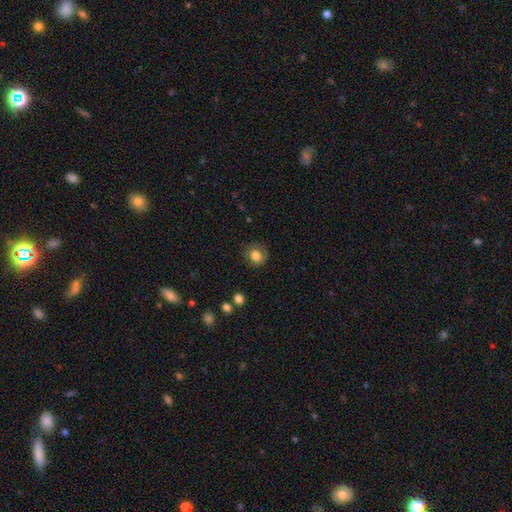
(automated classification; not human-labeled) Smooth or featured?
  - smooth: 78% *
  - featured or disk: 13%
  - star or artifact: 9%
How rounded?
  - round: 78% *
  - in between: 21%
  - cigar-shaped: 1%
Merging?
  - none: 79% *
  - minor disturbance: 14%
  - major disturbance: 5%
  - merger: 1%